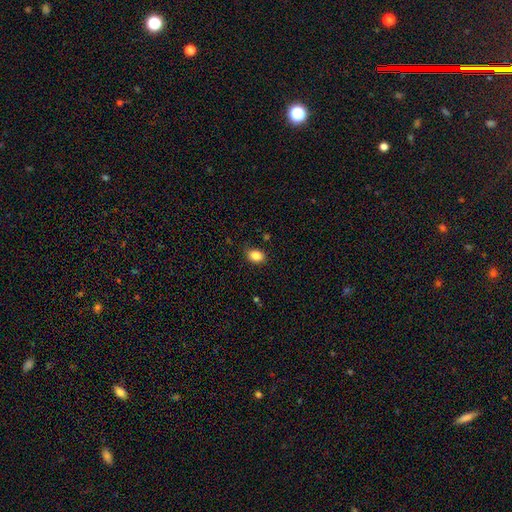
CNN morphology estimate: smooth 86%, star or artifact 9%, featured or disk 5%. Down the decision tree: how rounded — in between (71%); merging — none (84%).